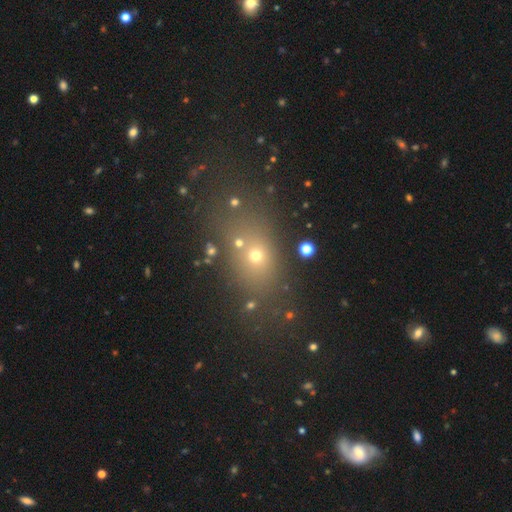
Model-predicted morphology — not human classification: Overall: smooth (59%; star or artifact 26%). How rounded: in between (62%; round 34%). Merging: none (71%).